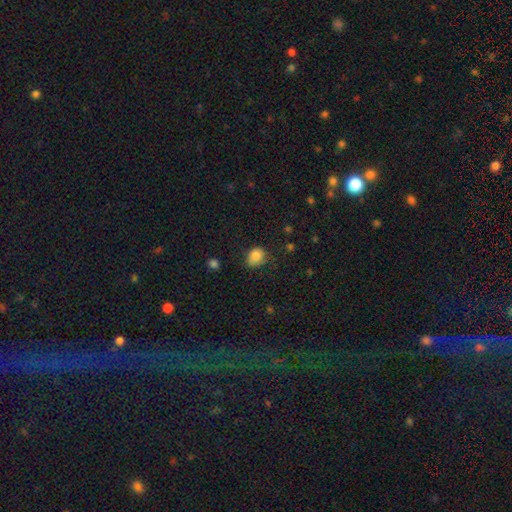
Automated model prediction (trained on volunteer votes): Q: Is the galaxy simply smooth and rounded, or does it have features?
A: smooth — 84%.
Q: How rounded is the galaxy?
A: round — 56%.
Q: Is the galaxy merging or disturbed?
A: none — 62%.